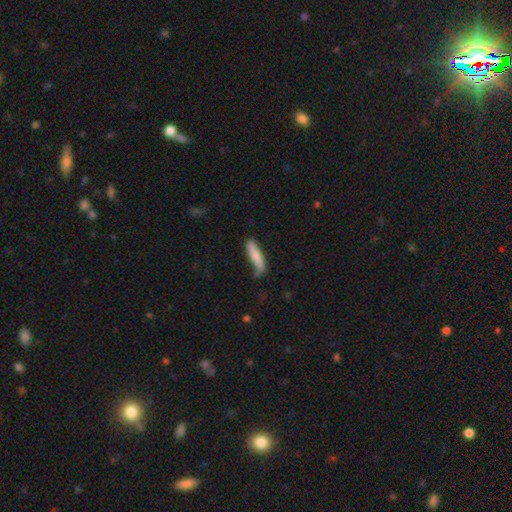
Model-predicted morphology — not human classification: Q: Smooth or featured?
A: smooth (75%); runner-up: featured or disk (20%)
Q: How rounded?
A: cigar-shaped (77%); runner-up: in between (21%)
Q: Merging?
A: none (62%); runner-up: minor disturbance (28%)